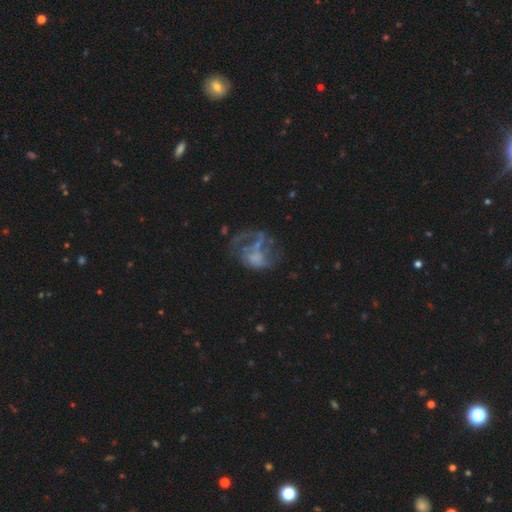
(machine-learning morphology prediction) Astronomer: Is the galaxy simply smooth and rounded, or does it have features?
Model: featured or disk — 56%.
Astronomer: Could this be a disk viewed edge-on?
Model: no — 98%.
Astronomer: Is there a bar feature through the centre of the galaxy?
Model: no — 84%.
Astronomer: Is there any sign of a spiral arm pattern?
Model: no — 73%.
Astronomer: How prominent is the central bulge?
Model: none — 69%.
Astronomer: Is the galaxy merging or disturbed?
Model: major disturbance — 46% (runner-up: none, 30%).